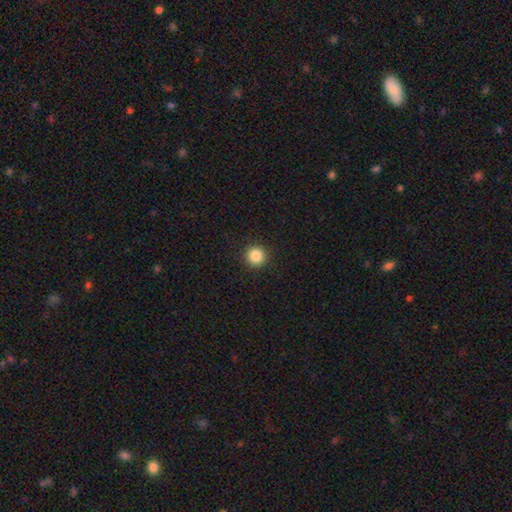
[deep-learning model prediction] smooth-or-featured: smooth: 85% | star or artifact: 11% | featured or disk: 4%
  how-rounded: round: 95% | in between: 4% | cigar-shaped: 1%
  merging: none: 93% | minor disturbance: 5% | major disturbance: 2% | merger: 1%